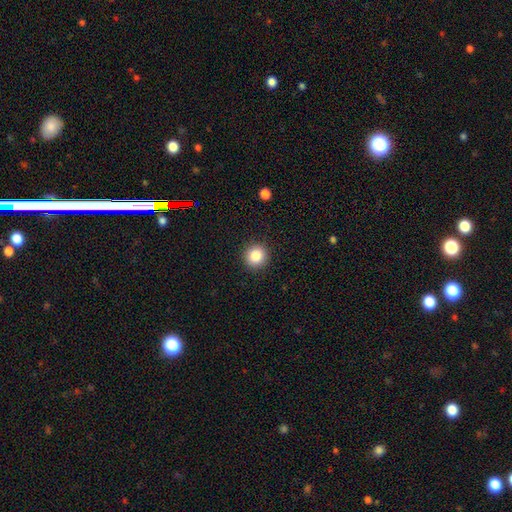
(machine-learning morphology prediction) This is clearly a smooth galaxy (85%). How rounded: clearly round (92%). Merging: clearly none (91%).